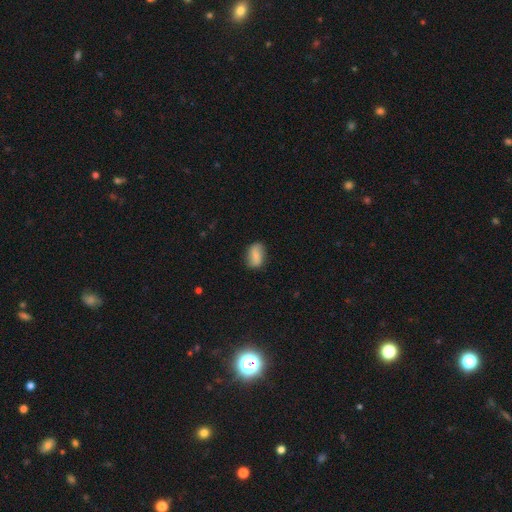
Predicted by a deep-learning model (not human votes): smooth_or_featured: smooth (p=0.74) [alt: featured or disk p=0.19]
how_rounded: in between (p=0.85) [alt: round p=0.12]
merging: none (p=0.76) [alt: minor disturbance p=0.19]